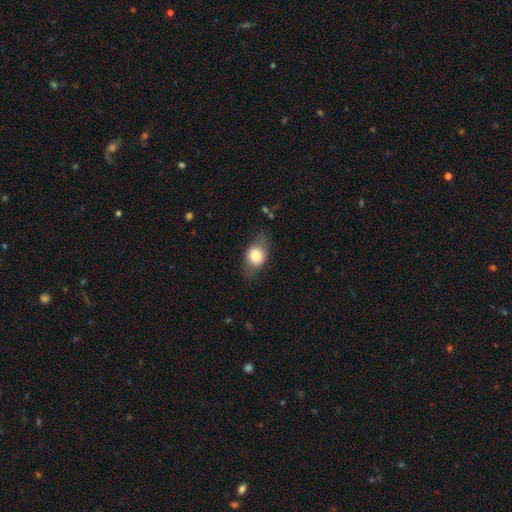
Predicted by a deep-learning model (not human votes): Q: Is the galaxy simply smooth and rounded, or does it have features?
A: smooth — 70%.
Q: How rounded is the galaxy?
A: in between — 69%.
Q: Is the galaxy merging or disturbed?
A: none — 71%.